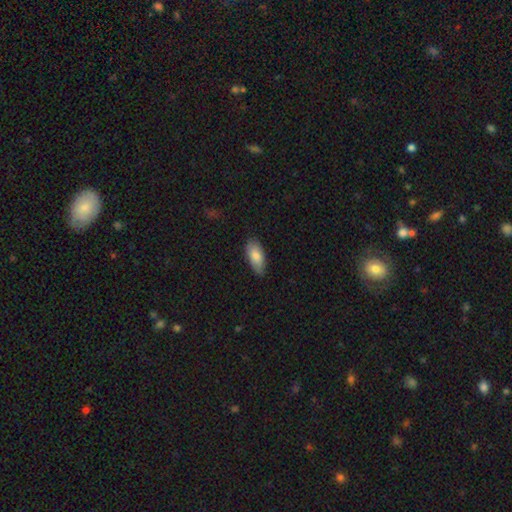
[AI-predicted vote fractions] Smooth or featured? Predicted: smooth (p=0.84). How rounded? Predicted: in between (p=0.89). Merging? Predicted: none (p=0.74).